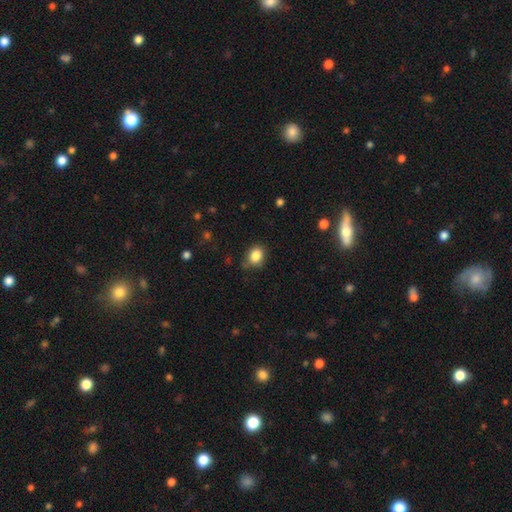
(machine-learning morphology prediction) Overall: smooth (85%). How rounded: in between (53%; round 46%). Merging: none (77%).